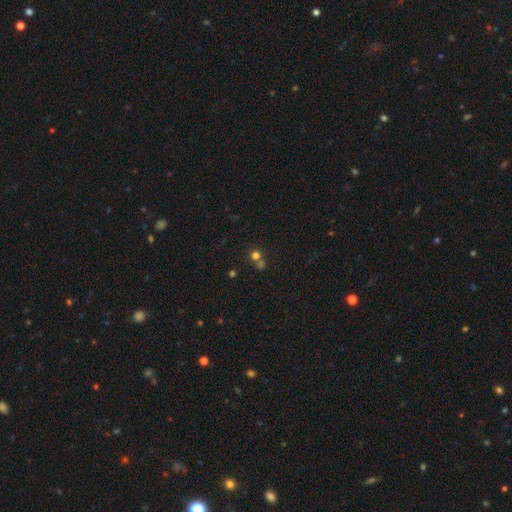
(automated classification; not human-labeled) smooth 69%, star or artifact 21%, featured or disk 10%. Down the decision tree: how rounded — round (88%); merging — none (50%).